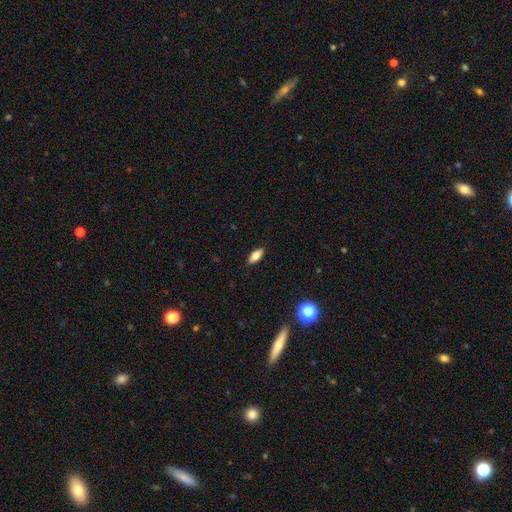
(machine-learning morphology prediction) This is likely a smooth galaxy (77%). How rounded: clearly in between (80%). Merging: clearly none (89%).